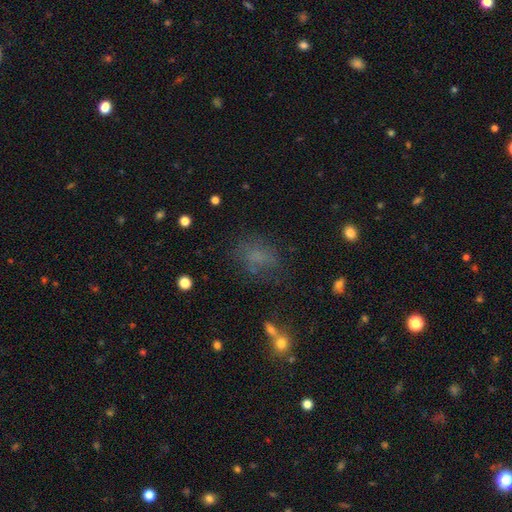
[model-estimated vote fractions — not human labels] Overall: smooth (59%; star or artifact 25%). How rounded: in between (71%). Merging: none (60%; minor disturbance 21%).